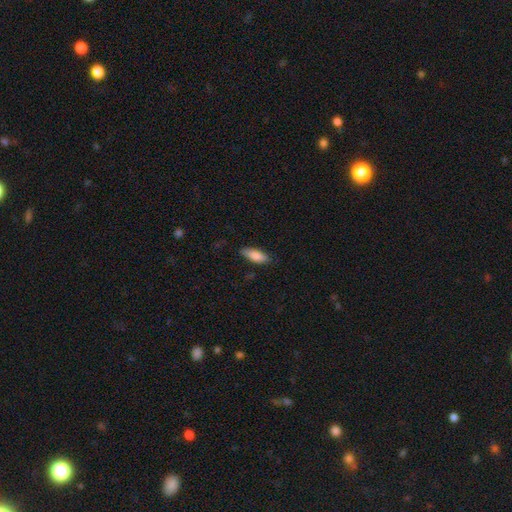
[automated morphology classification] Q: Smooth or featured?
A: smooth (84%); runner-up: featured or disk (10%)
Q: How rounded?
A: in between (69%); runner-up: cigar-shaped (29%)
Q: Merging?
A: none (80%); runner-up: minor disturbance (16%)